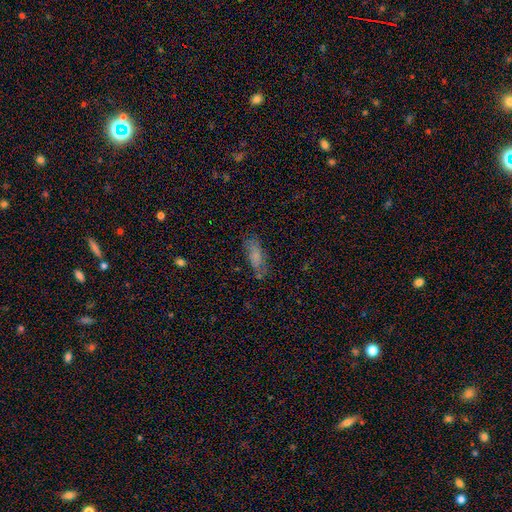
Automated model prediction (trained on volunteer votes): Smooth or featured?
  - smooth: 73% *
  - featured or disk: 18%
  - star or artifact: 9%
How rounded?
  - in between: 67% *
  - cigar-shaped: 31%
  - round: 2%
Merging?
  - none: 68% *
  - minor disturbance: 22%
  - major disturbance: 7%
  - merger: 3%